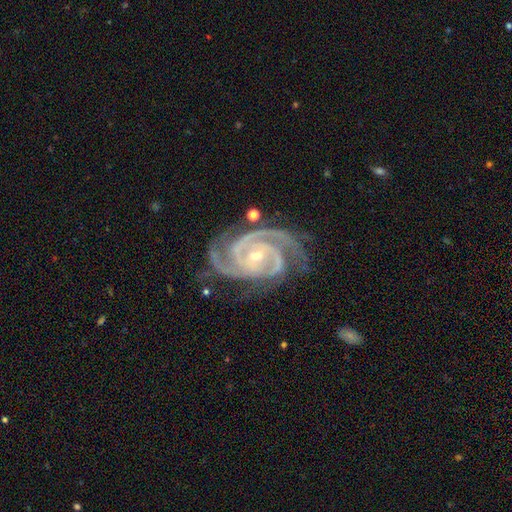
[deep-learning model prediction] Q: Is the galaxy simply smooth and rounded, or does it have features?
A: featured or disk — 95%.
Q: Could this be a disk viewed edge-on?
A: no — 98%.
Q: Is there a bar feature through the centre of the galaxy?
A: no — 52%.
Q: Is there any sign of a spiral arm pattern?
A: yes — 99%.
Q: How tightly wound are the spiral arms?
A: tight — 70%.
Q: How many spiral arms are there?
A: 3 — 52%.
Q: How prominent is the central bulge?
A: small — 60%.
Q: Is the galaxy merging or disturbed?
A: none — 71%.